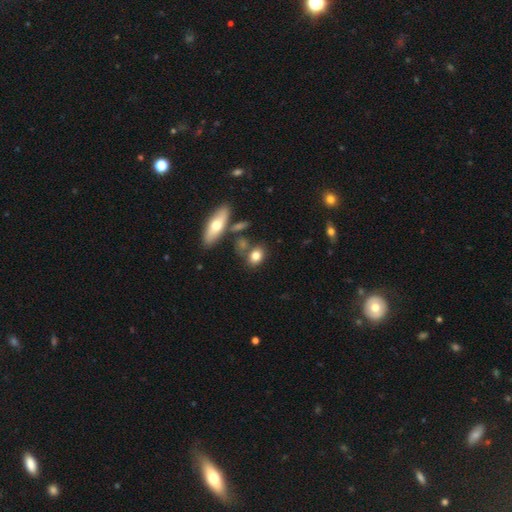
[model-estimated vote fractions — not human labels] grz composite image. It shows a smooth galaxy with no disk features (79%) that is in between round and cigar-shaped (62%). Merging: none (67%).